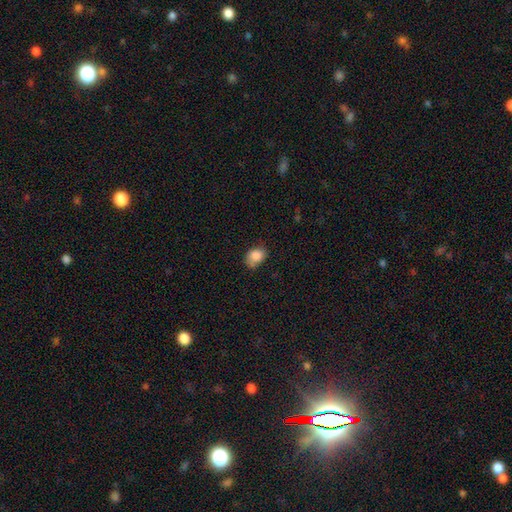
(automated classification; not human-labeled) Smooth or featured? smooth (85%)
How rounded? in between (62%)
Merging? none (55%)